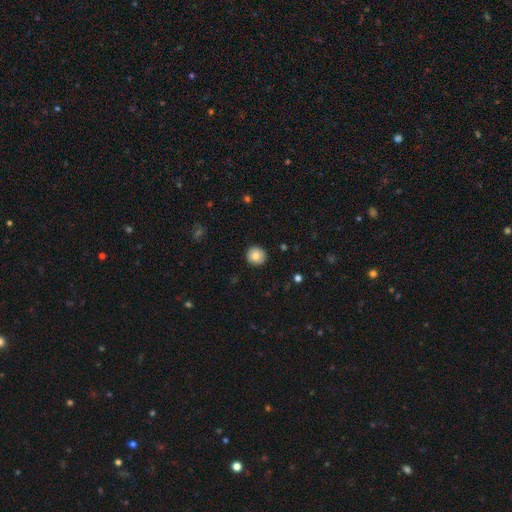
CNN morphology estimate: smooth-or-featured: smooth: 83% | featured or disk: 9% | star or artifact: 8%
  how-rounded: round: 92% | in between: 7% | cigar-shaped: 1%
  merging: none: 91% | minor disturbance: 7% | major disturbance: 2% | merger: 1%